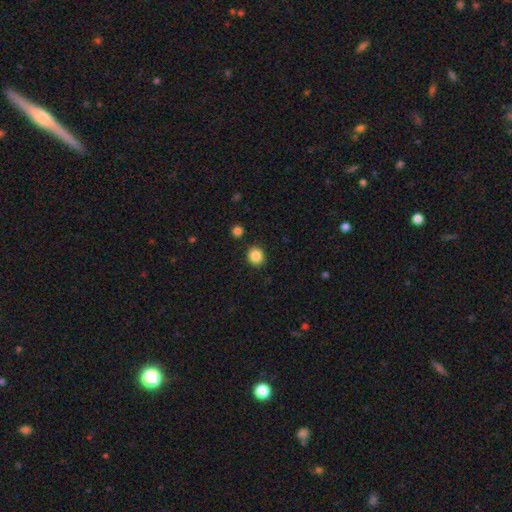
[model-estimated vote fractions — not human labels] smooth 87%, star or artifact 10%, featured or disk 3%. Down the decision tree: how rounded — round (79%); merging — none (88%).